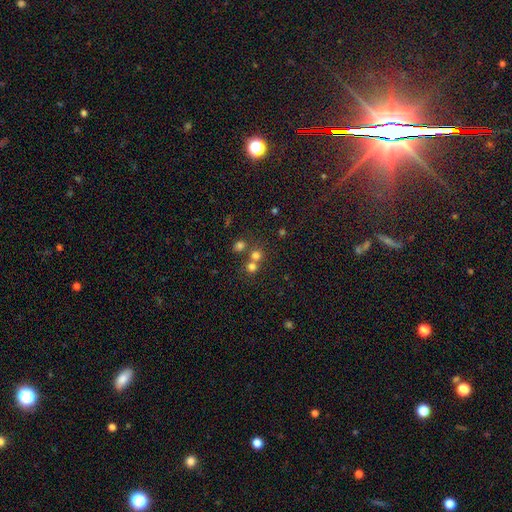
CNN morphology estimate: A smooth galaxy with no disk features (71%) that is round (87%).

Vote fractions:
- Smooth or featured? smooth: 71% / star or artifact: 20% / featured or disk: 10%
- How rounded? round: 87% / in between: 12% / cigar-shaped: 1%
- Merging? none: 53% / merger: 39% / minor disturbance: 6% / major disturbance: 3%